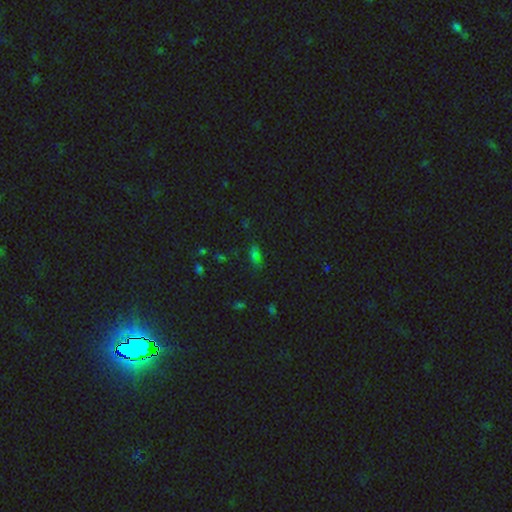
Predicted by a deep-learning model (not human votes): smooth-or-featured: smooth: 60% | star or artifact: 29% | featured or disk: 11%
  how-rounded: in between: 79% | round: 11% | cigar-shaped: 10%
  merging: none: 69% | minor disturbance: 20% | major disturbance: 7% | merger: 4%